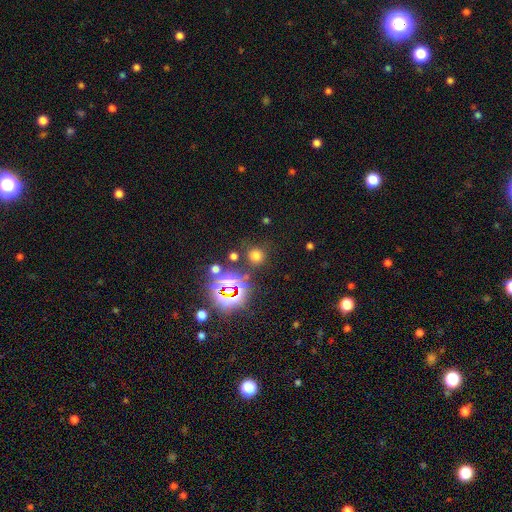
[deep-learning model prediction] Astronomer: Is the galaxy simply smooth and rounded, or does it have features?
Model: smooth — 61%.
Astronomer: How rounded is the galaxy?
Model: round — 90%.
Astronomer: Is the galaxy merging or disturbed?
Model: none — 83%.